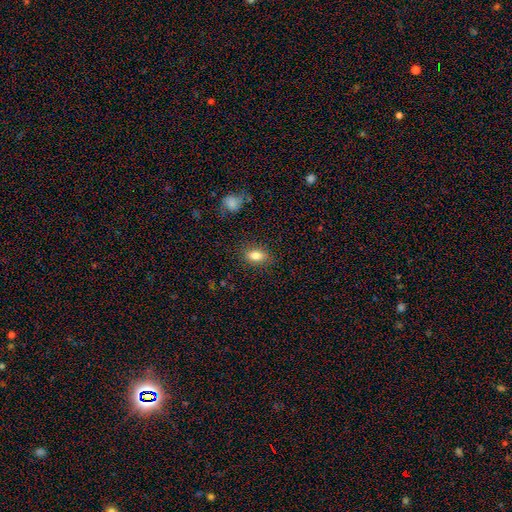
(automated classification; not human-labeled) This is clearly a smooth galaxy (83%). How rounded: clearly in between (84%). Merging: clearly none (84%).